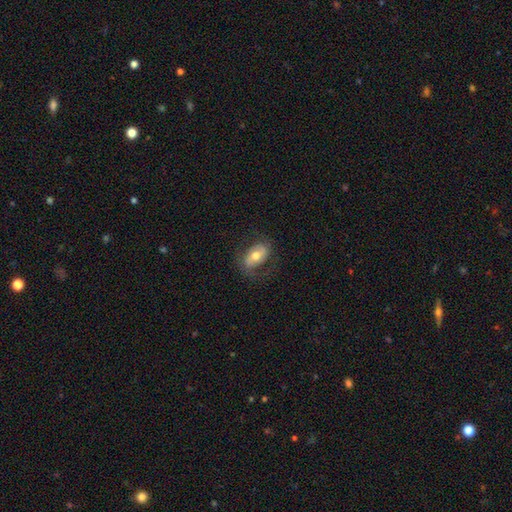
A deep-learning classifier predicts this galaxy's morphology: Smooth or featured? featured or disk (55%)
Edge-on disk? no (94%)
Bar? no (45%)
Spiral arms? yes (73%)
Bulge size? moderate (71%)
Merging? none (69%)